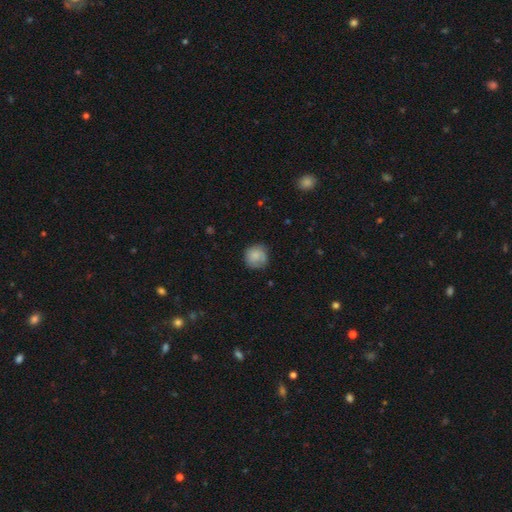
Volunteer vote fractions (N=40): Volunteers were most divided on "merging": none: 69%, minor disturbance: 26%, major disturbance: 6%, merger: 0%. More confident: how rounded — round (90%); smooth or featured — smooth (78%).